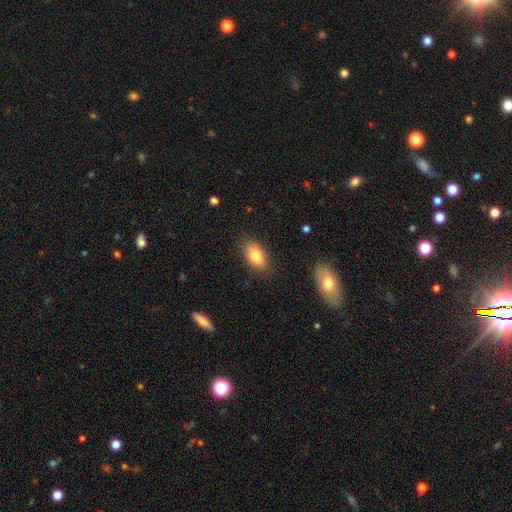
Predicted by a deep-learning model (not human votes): Morphology: type=smooth (83%); roundness=in between (91%); merging=none (84%).